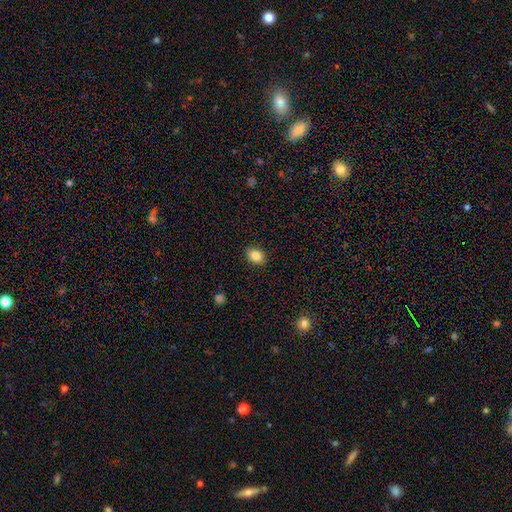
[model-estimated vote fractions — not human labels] This appears to be a smooth galaxy with no disk features (84%) that is in between round and cigar-shaped (72%). Merging: none (89%).